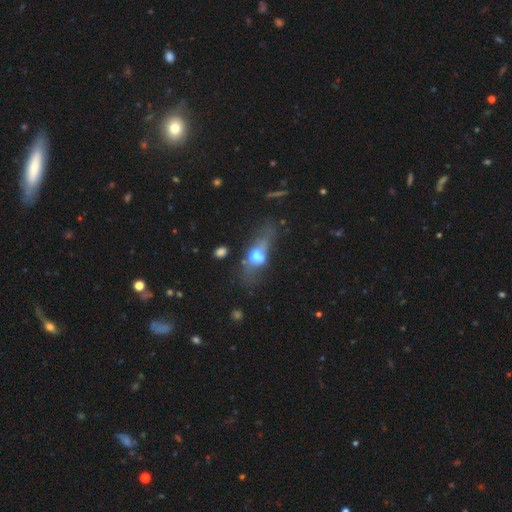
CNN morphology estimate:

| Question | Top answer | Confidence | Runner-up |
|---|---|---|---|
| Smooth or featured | smooth | 49% | featured or disk (40%) |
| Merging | none | 33% | tied: major disturbance (33%) |